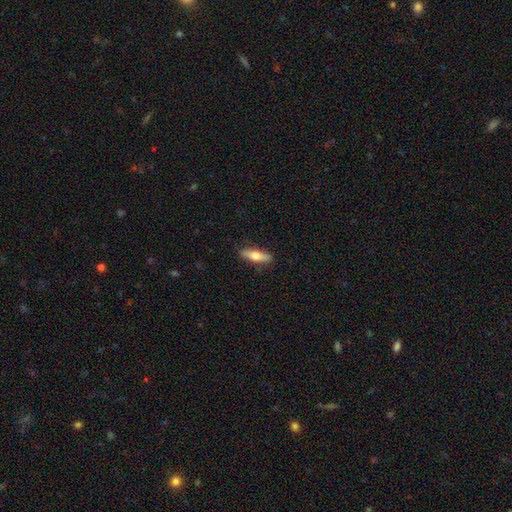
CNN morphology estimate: This is possibly a smooth galaxy (58%). How rounded: likely cigar-shaped (60%). Merging: clearly none (86%).